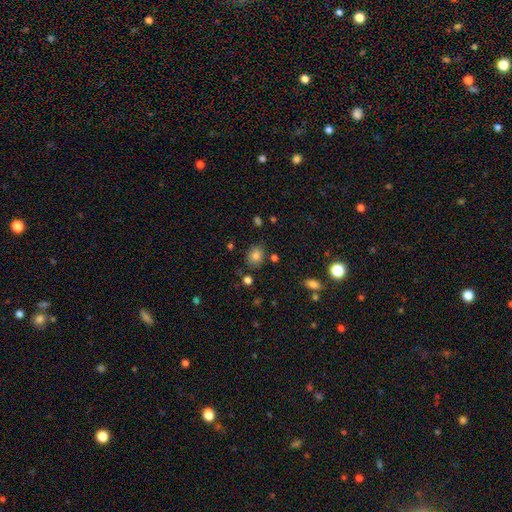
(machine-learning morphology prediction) A smooth galaxy with no disk features (81%) that is round (64%). Merging: none (80%).